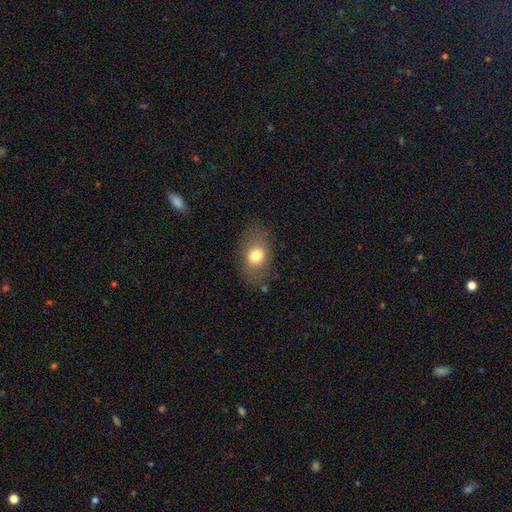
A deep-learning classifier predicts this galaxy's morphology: Smooth or featured? Predicted: smooth (p=0.76). How rounded? Predicted: in between (p=0.73). Merging? Predicted: none (p=0.78).